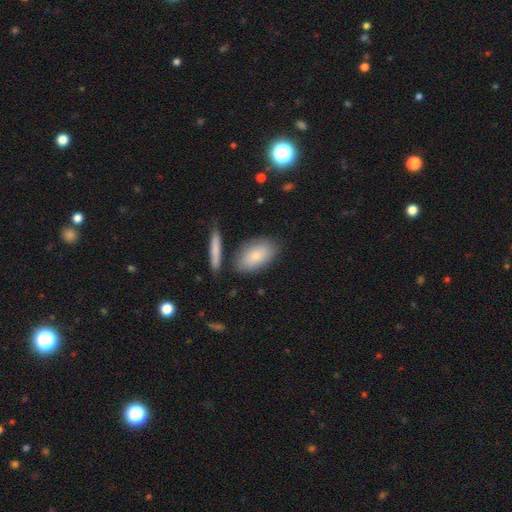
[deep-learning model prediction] Smooth or featured: smooth — 80% (featured or disk — 14%)
How rounded: in between — 89% (round — 5%)
Merging: none — 75% (minor disturbance — 13%)